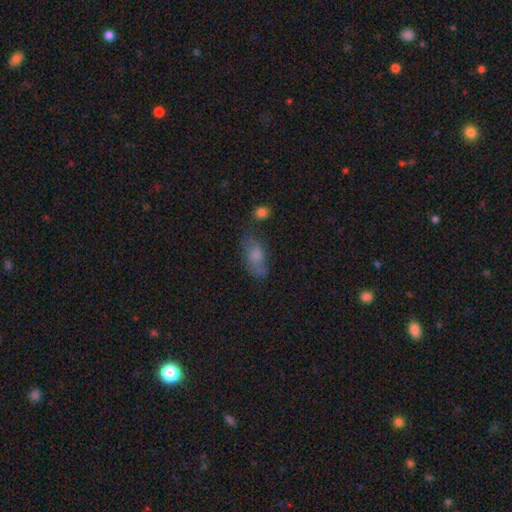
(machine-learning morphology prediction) Overall: smooth (70%). How rounded: in between (83%). Merging: none (55%; minor disturbance 25%).